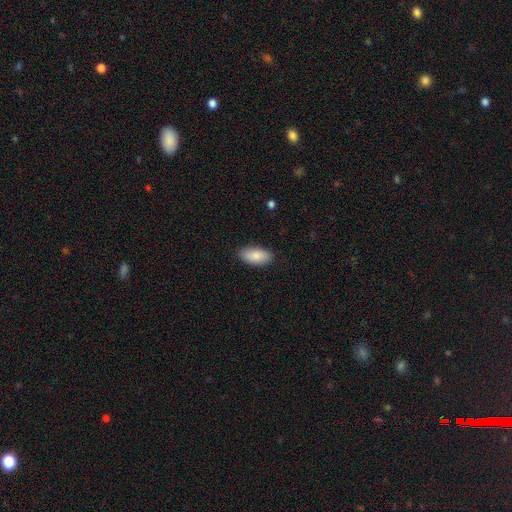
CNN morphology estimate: A smooth galaxy with no disk features (85%) that is in between round and cigar-shaped (92%). Merging: none (87%).